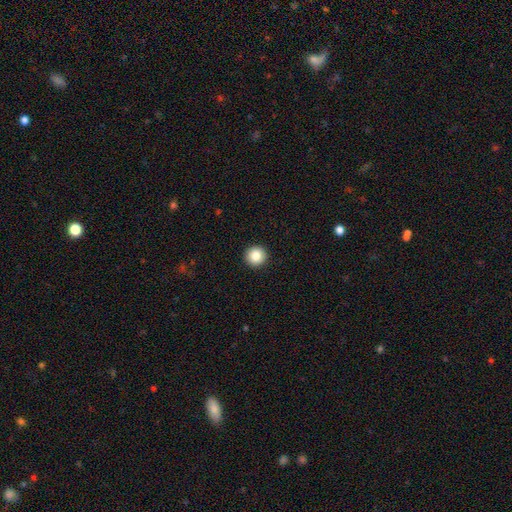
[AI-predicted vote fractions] smooth_or_featured: smooth (p=0.85) [alt: star or artifact p=0.09]
how_rounded: round (p=0.95) [alt: in between p=0.04]
merging: none (p=0.93) [alt: minor disturbance p=0.04]